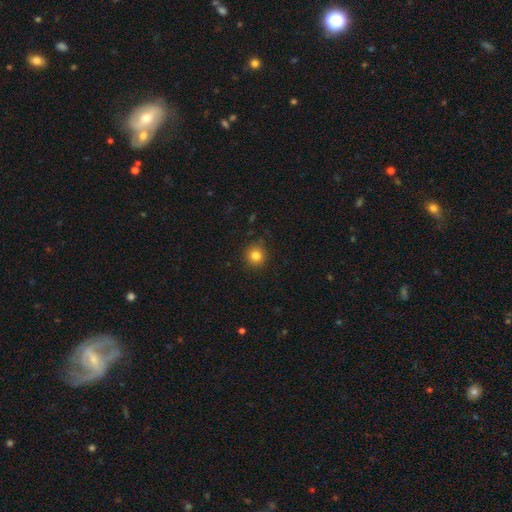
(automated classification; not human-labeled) The model was most divided on "smooth or featured": smooth: 82%, star or artifact: 12%, featured or disk: 6%. More confident: how rounded — round (93%); merging — none (89%).